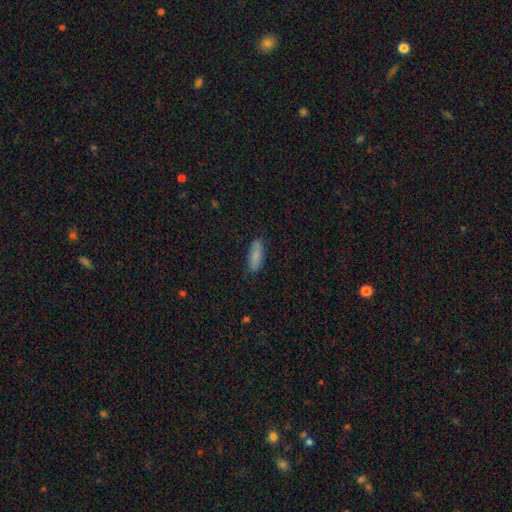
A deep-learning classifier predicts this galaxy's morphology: Overall: smooth (83%). How rounded: in between (64%; cigar-shaped 34%). Merging: none (84%).